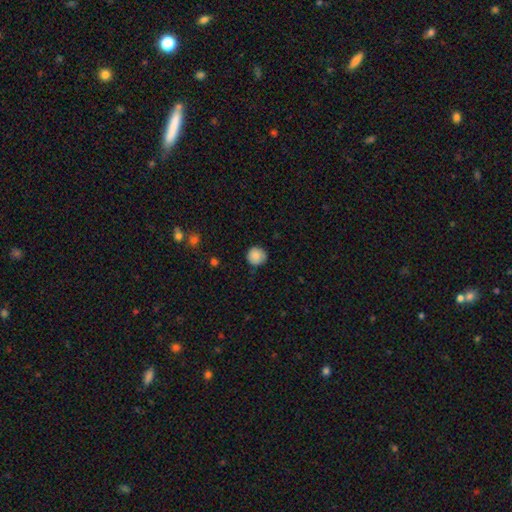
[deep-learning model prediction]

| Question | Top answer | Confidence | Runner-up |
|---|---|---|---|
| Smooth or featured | smooth | 85% | star or artifact (8%) |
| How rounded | round | 93% | in between (6%) |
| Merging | none | 83% | minor disturbance (13%) |